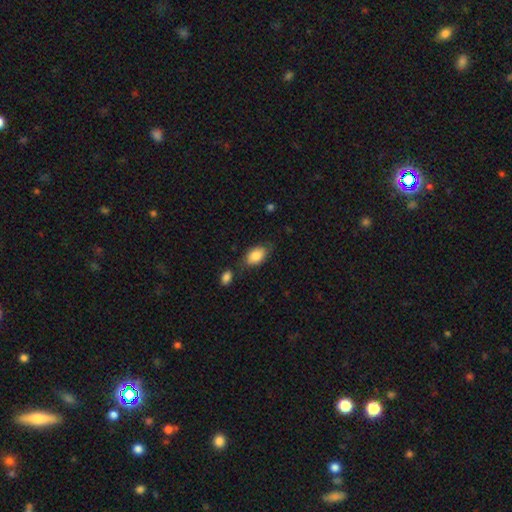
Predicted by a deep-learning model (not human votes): This is clearly a smooth galaxy (84%). How rounded: clearly in between (91%). Merging: likely none (68%).